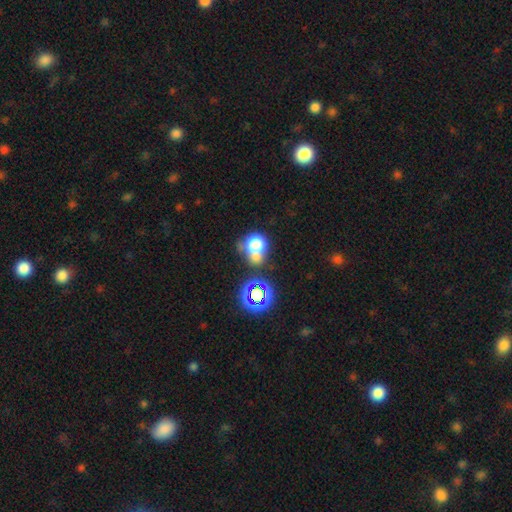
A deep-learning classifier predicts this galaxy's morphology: This is likely a smooth galaxy (63%). How rounded: likely round (71%). Merging: possibly merger (49%).